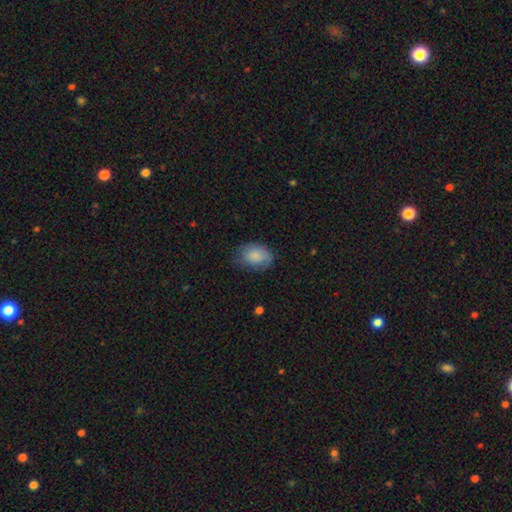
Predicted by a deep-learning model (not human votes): Smooth or featured? smooth (80%)
How rounded? in between (74%)
Merging? none (62%)